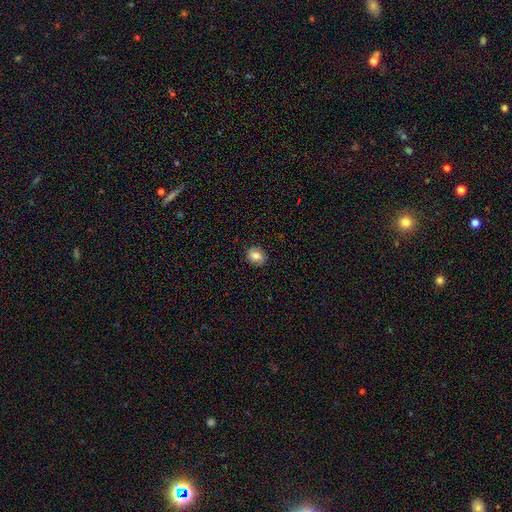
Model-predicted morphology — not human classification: type=smooth (75%); roundness=round (68%); merging=none (87%).